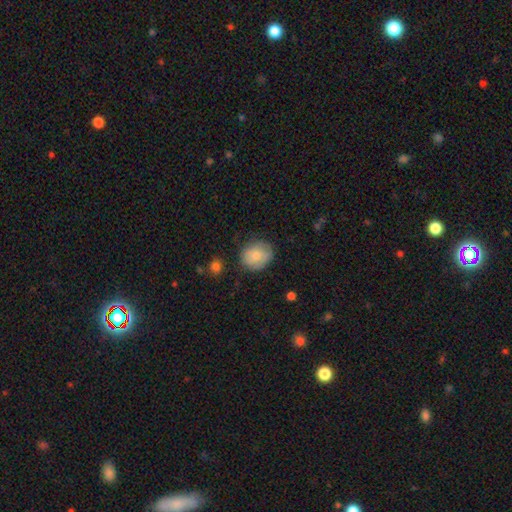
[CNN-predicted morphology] Smooth or featured? Predicted: smooth (p=0.78). How rounded? Predicted: round (p=0.64). Merging? Predicted: none (p=0.69).